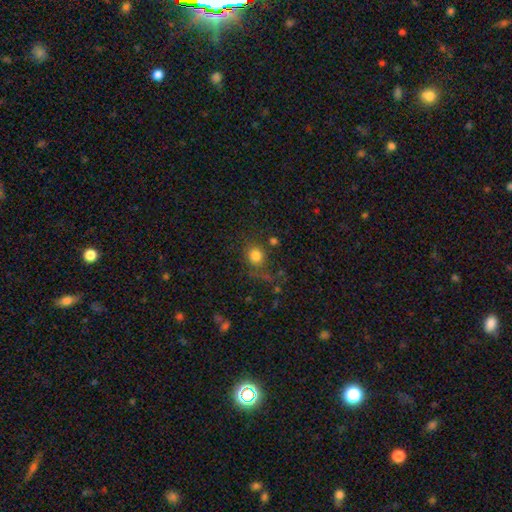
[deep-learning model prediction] smooth_or_featured: smooth (p=0.80) [alt: star or artifact p=0.13]
how_rounded: round (p=0.80) [alt: in between p=0.19]
merging: none (p=0.66) [alt: minor disturbance p=0.15]